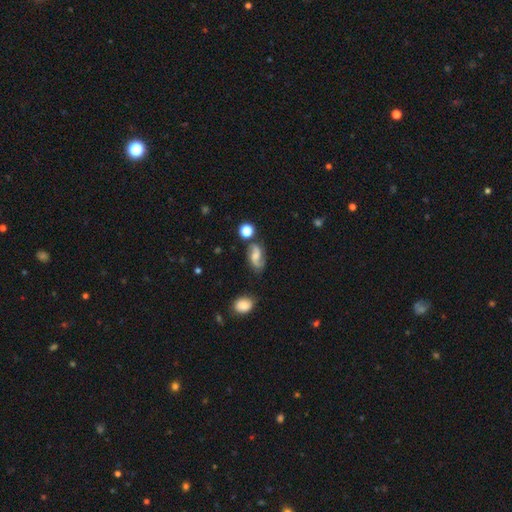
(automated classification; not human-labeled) This is likely a featured or disk galaxy (71%). It is clearly not viewed edge-on (96%). Bar: marginally weak (43%, tied with no). Spiral arm pattern: clearly yes (94%). Spiral arm count: clearly 2 (90%). Spiral winding: marginally loose (45%). Central bulge: marginally moderate (34%). Merging: likely none (71%).